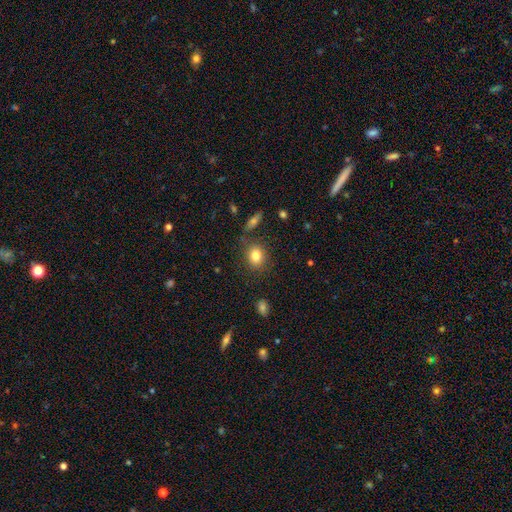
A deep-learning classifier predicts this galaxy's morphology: This appears to be a smooth galaxy with no disk features (81%) that is round (56%). Merging: none (80%).